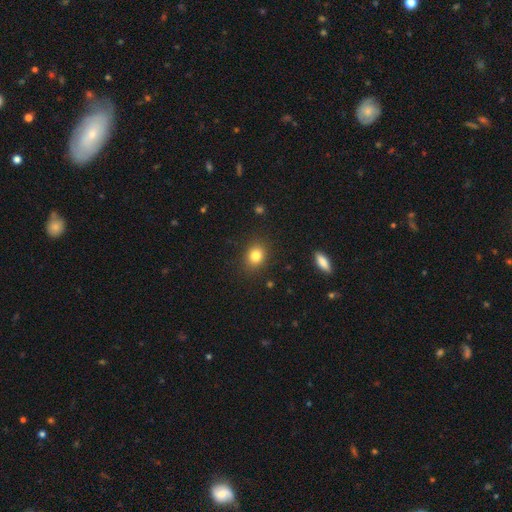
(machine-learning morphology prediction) A smooth galaxy with no disk features (82%) that is round (57%). Merging: none (88%).